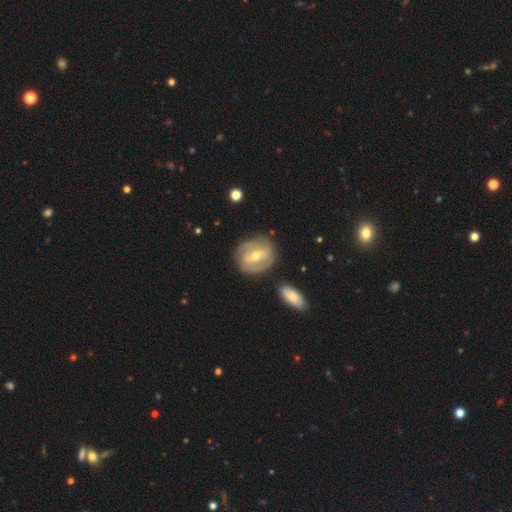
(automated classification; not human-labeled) Smooth or featured? Predicted: featured or disk (p=0.68). Edge-on disk? Predicted: no (p=0.95). Bar? Predicted: weak (p=0.48). Spiral arms? Predicted: yes (p=0.76). Bulge size? Predicted: moderate (p=0.67). Merging? Predicted: none (p=0.79).